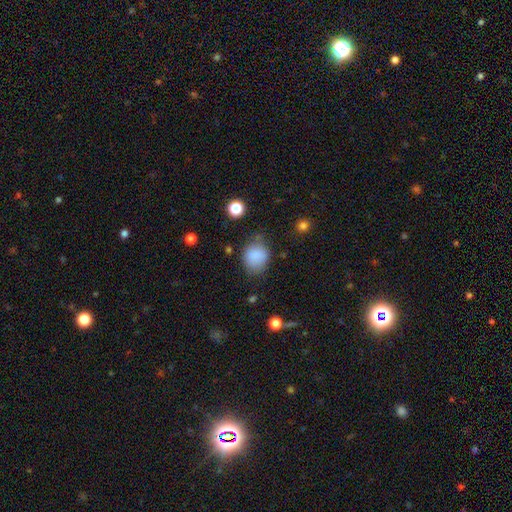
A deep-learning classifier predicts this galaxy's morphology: smooth-or-featured: smooth: 84% | star or artifact: 9% | featured or disk: 6%
  how-rounded: round: 61% | in between: 38% | cigar-shaped: 1%
  merging: none: 64% | minor disturbance: 25% | major disturbance: 8% | merger: 3%